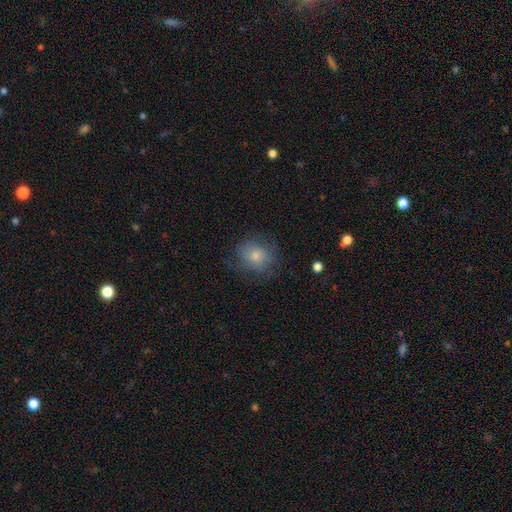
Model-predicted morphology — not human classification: Smooth or featured? Predicted: smooth (p=0.73). How rounded? Predicted: round (p=0.75). Merging? Predicted: none (p=0.70).